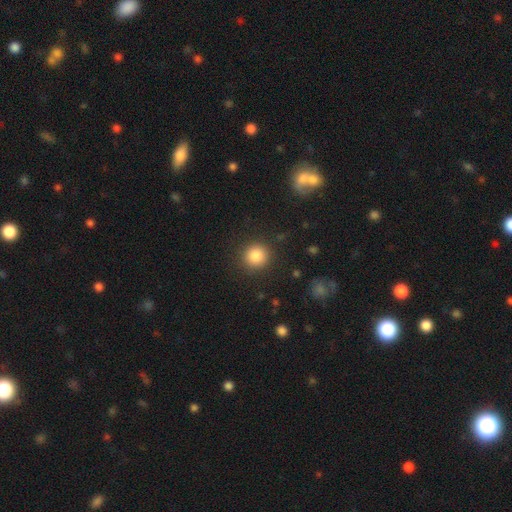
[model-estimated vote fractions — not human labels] Smooth or featured? Predicted: smooth (p=0.85). How rounded? Predicted: round (p=0.93). Merging? Predicted: none (p=0.89).